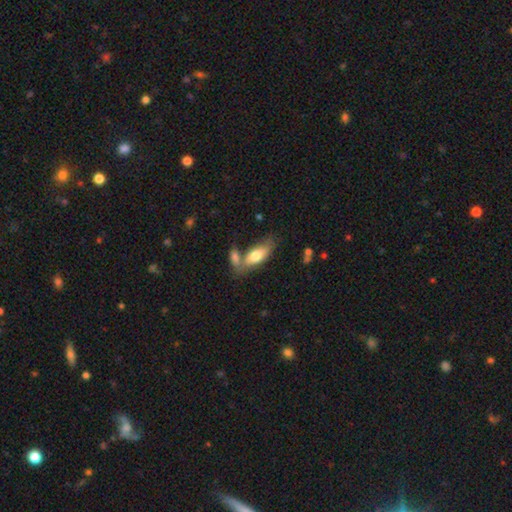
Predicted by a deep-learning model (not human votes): Overall: smooth (71%). How rounded: in between (76%). Merging: none (49%; merger 31%).